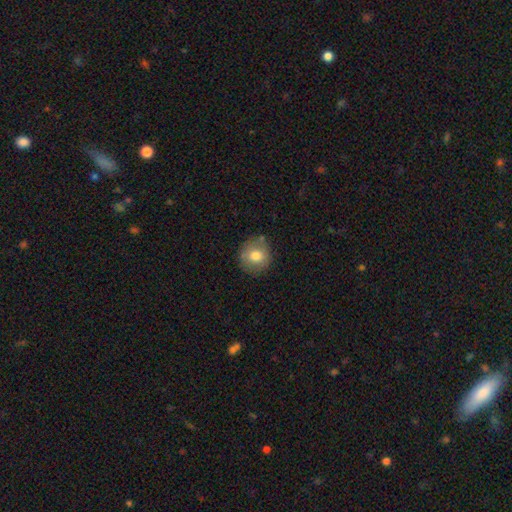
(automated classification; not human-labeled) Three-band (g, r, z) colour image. It shows a smooth galaxy with no disk features (76%) that is round (89%). Merging: none (81%).